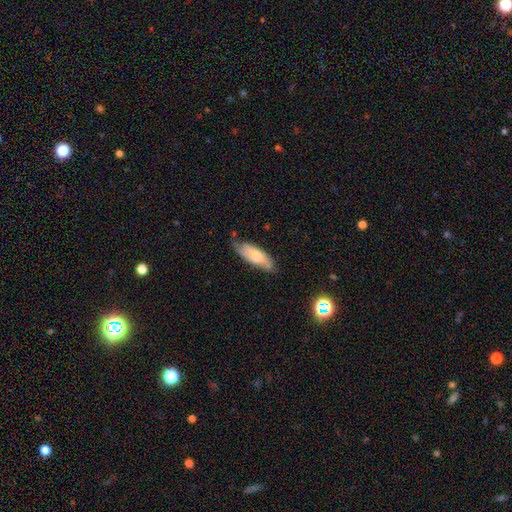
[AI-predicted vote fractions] Morphology: type=smooth (57%); roundness=in between (64%); merging=none (65%).